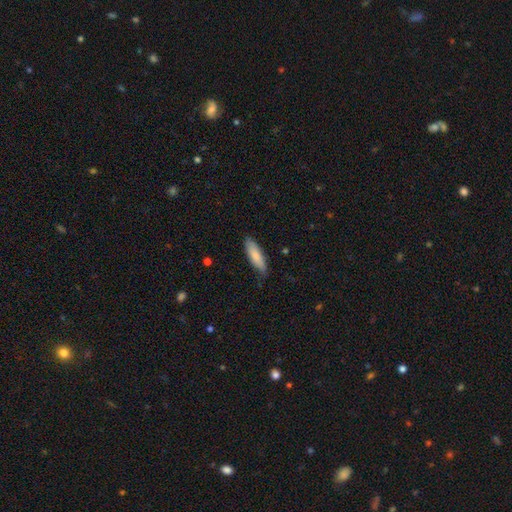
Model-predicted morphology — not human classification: smooth-or-featured: smooth: 82% | featured or disk: 12% | star or artifact: 5%
  how-rounded: cigar-shaped: 54% | in between: 45% | round: 1%
  merging: none: 75% | minor disturbance: 20% | major disturbance: 3% | merger: 1%